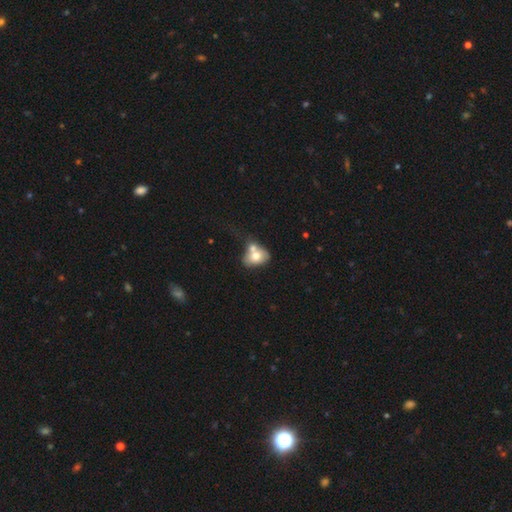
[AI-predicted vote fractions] This appears to be a smooth galaxy with no disk features (68%) that is in between round and cigar-shaped (68%). Merging: merger (59%).